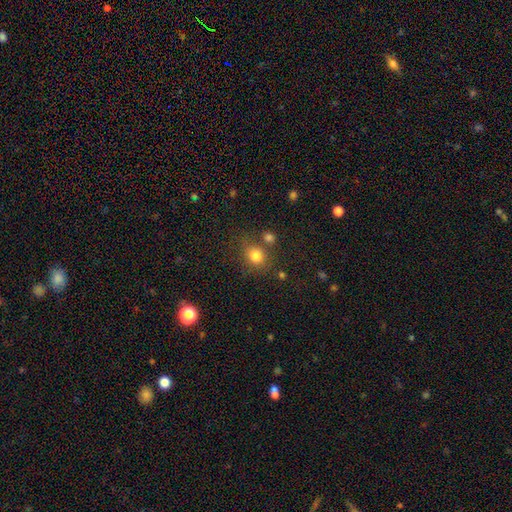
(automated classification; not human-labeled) Smooth or featured?
  - smooth: 80% *
  - star or artifact: 13%
  - featured or disk: 7%
How rounded?
  - round: 73% *
  - in between: 26%
  - cigar-shaped: 1%
Merging?
  - none: 69% *
  - merger: 13%
  - minor disturbance: 13%
  - major disturbance: 5%